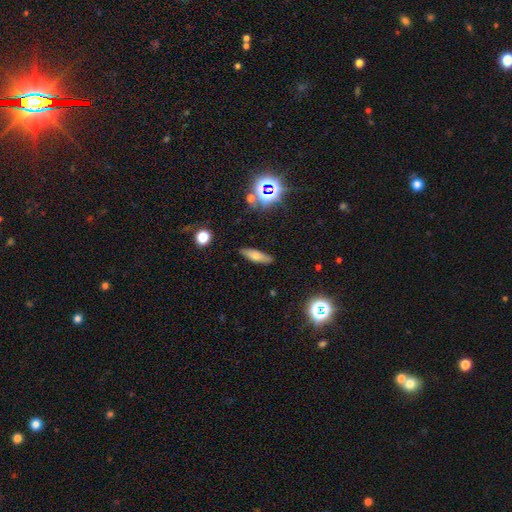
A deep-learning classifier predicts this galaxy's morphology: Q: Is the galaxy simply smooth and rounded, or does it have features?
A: smooth — 65%.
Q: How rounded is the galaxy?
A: cigar-shaped — 54%.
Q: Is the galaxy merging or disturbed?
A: none — 86%.